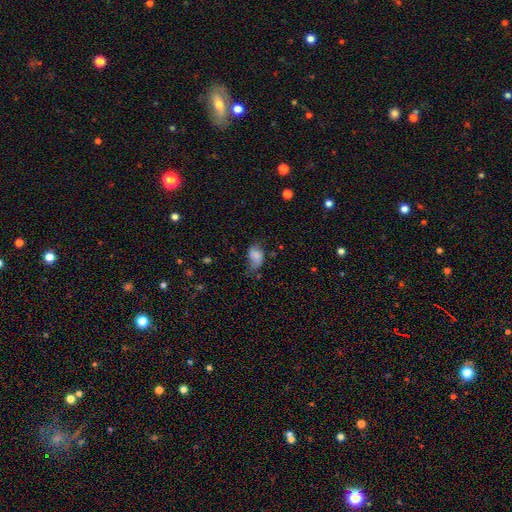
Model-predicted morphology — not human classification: Overall: smooth (70%). How rounded: in between (87%). Merging: none (43%; minor disturbance 36%).